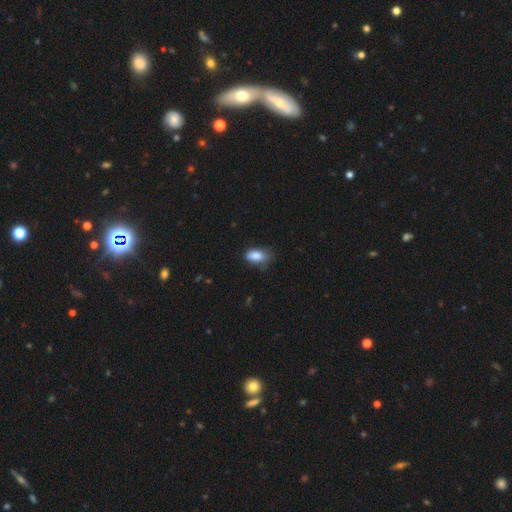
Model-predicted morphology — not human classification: A smooth galaxy with no disk features (84%) that is in between round and cigar-shaped (89%).

Vote fractions:
- Smooth or featured? smooth: 84% / star or artifact: 8% / featured or disk: 7%
- How rounded? in between: 89% / round: 6% / cigar-shaped: 5%
- Merging? none: 56% / minor disturbance: 33% / major disturbance: 9% / merger: 2%